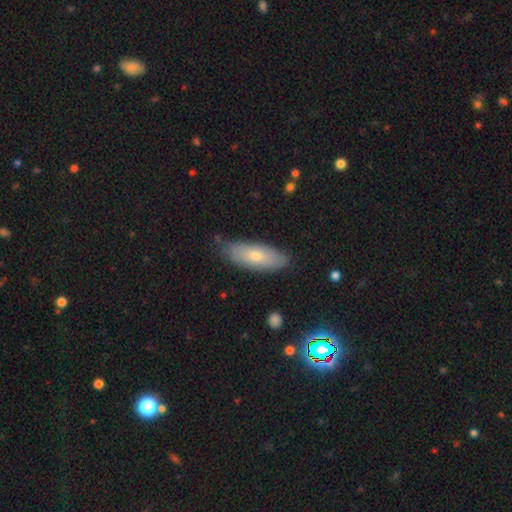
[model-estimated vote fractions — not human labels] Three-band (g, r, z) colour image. It shows a smooth galaxy with no disk features (64%) that is in between round and cigar-shaped (71%). Merging: none (78%).